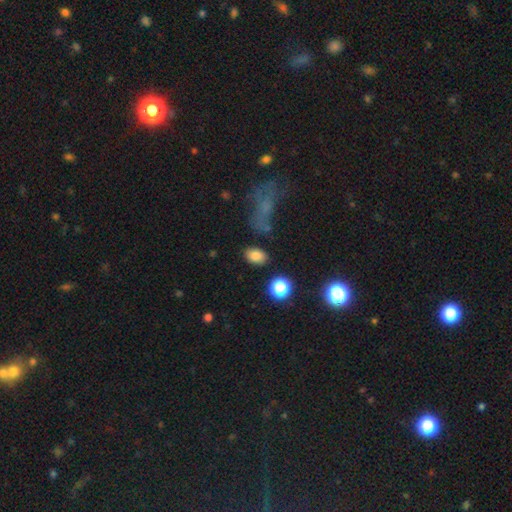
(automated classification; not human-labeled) Smooth or featured? Predicted: smooth (p=0.82). How rounded? Predicted: in between (p=0.82). Merging? Predicted: none (p=0.82).